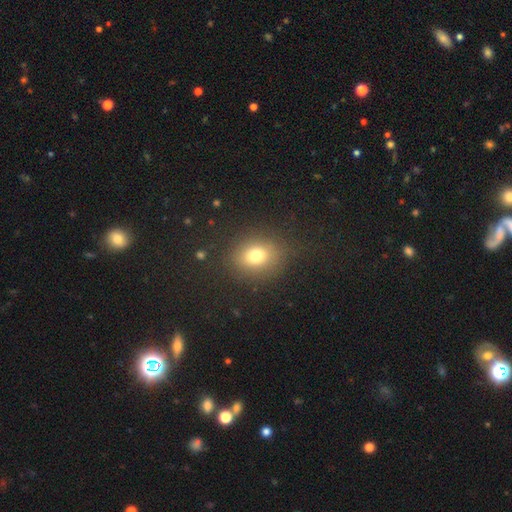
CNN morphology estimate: This is likely a smooth galaxy (75%). How rounded: possibly round (54%). Merging: clearly none (83%).